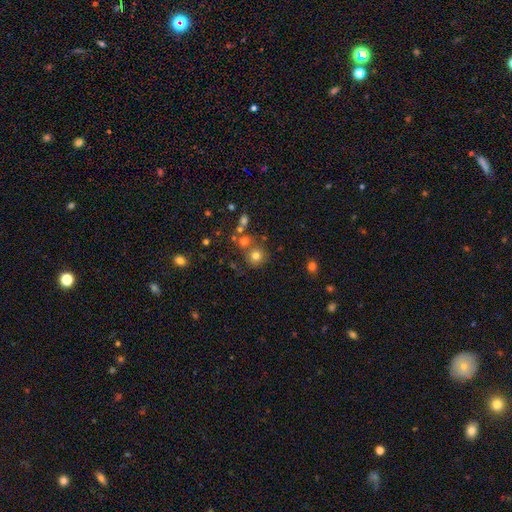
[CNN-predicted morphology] The model was most divided on "merging": none: 68%, merger: 19%, minor disturbance: 10%, major disturbance: 4%. More confident: how rounded — round (90%); smooth or featured — smooth (73%).